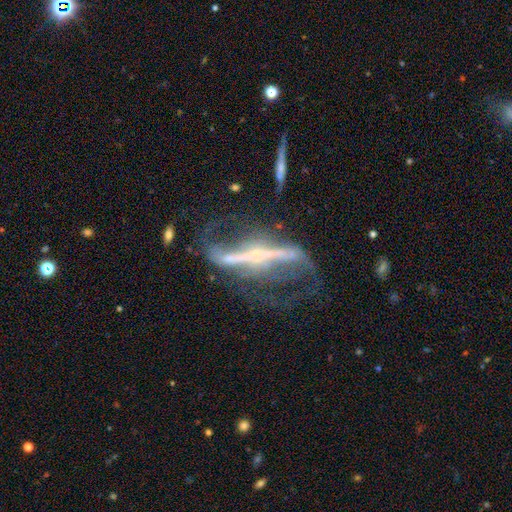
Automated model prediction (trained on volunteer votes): Smooth or featured: featured or disk — 83% (smooth — 9%)
Edge-on disk: no — 56% (yes — 44%)
Merging: none — 41% (major disturbance — 33%)